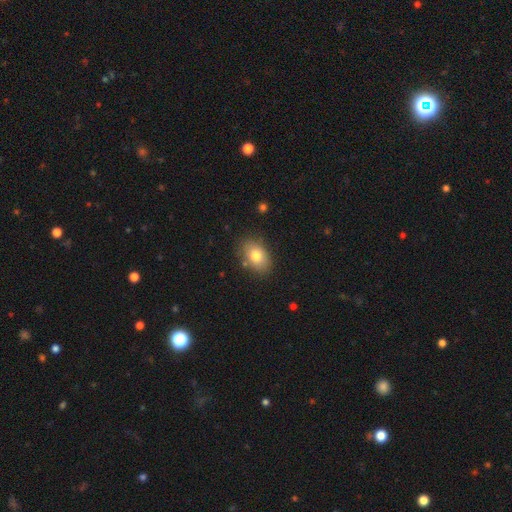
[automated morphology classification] Q: Smooth or featured?
A: smooth (78%); runner-up: featured or disk (14%)
Q: How rounded?
A: in between (84%); runner-up: round (15%)
Q: Merging?
A: none (82%); runner-up: minor disturbance (13%)